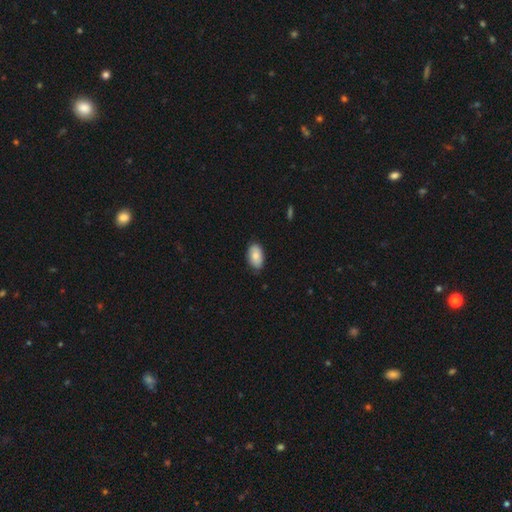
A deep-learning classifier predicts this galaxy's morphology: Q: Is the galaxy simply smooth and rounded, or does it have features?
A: smooth — 81%.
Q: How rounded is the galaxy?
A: in between — 93%.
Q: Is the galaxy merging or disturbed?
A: none — 81%.